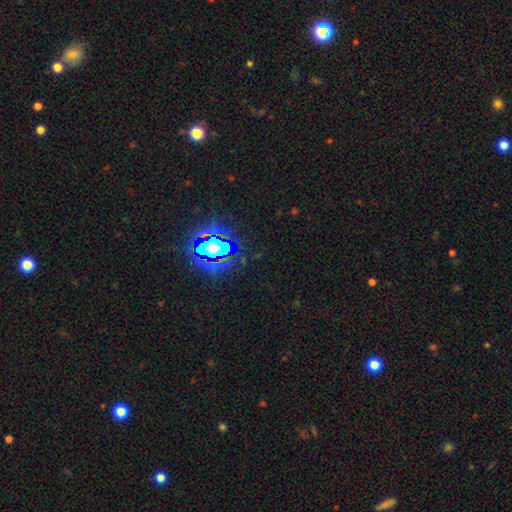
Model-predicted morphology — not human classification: smooth_or_featured: star or artifact (p=0.83) [alt: smooth p=0.10]